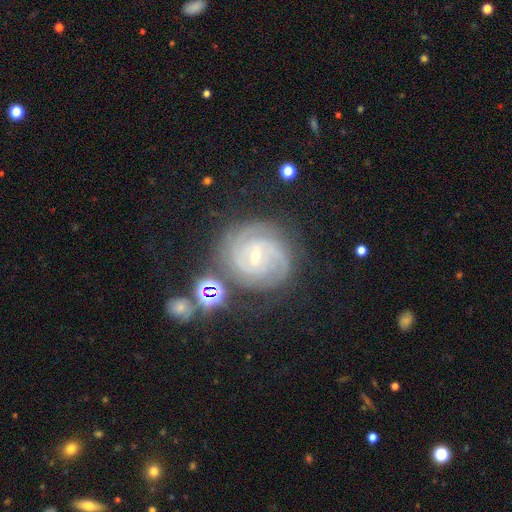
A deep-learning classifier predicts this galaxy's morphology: A featured or disk galaxy (86%) with a weak bar (51%), 2 (32%) tight (69%) spiral arms (98%) and a small central bulge (77%). Merging: none (75%).